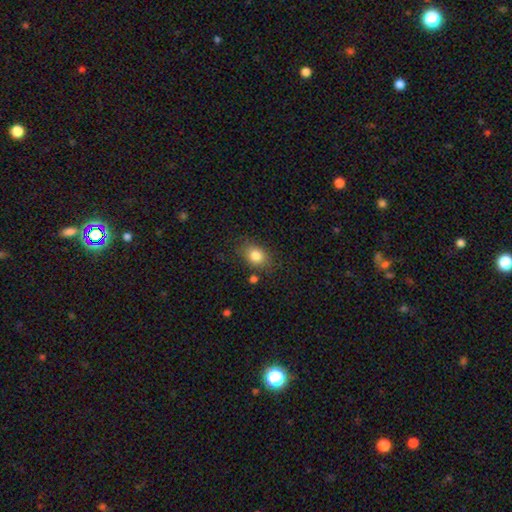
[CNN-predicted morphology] Overall: smooth (82%). How rounded: in between (62%; round 37%). Merging: none (77%).